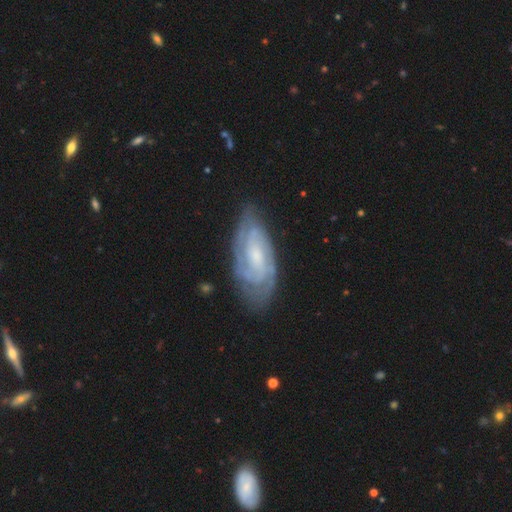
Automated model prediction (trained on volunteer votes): Q: Smooth or featured?
A: featured or disk (85%); runner-up: smooth (10%)
Q: Edge-on disk?
A: no (94%); runner-up: yes (6%)
Q: Bar?
A: no (54%); runner-up: weak (37%)
Q: Spiral arms?
A: yes (96%); runner-up: no (4%)
Q: Spiral winding?
A: tight (69%); runner-up: medium (27%)
Q: Spiral arm count?
A: 2 (36%); runner-up: can't tell (26%)
Q: Bulge size?
A: small (54%); runner-up: moderate (33%)
Q: Merging?
A: none (74%); runner-up: minor disturbance (19%)